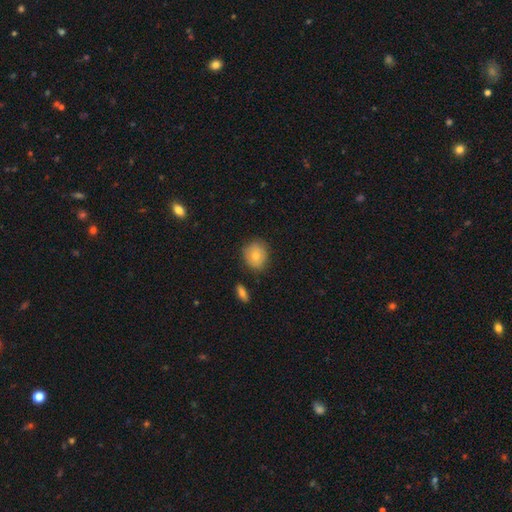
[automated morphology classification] Smooth or featured? Predicted: smooth (p=0.76). How rounded? Predicted: round (p=0.76). Merging? Predicted: none (p=0.79).